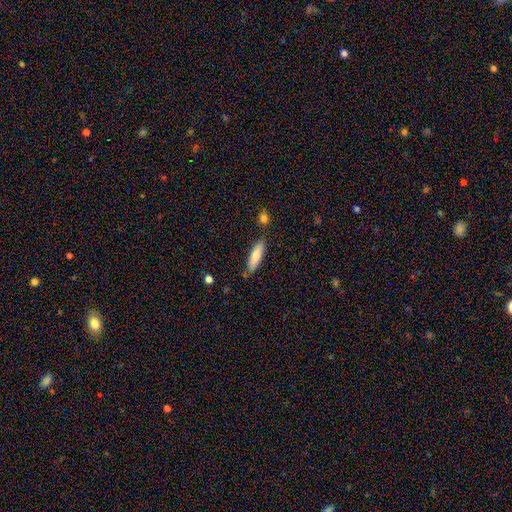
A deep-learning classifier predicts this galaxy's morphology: Smooth or featured? smooth (81%)
How rounded? cigar-shaped (55%)
Merging? none (78%)